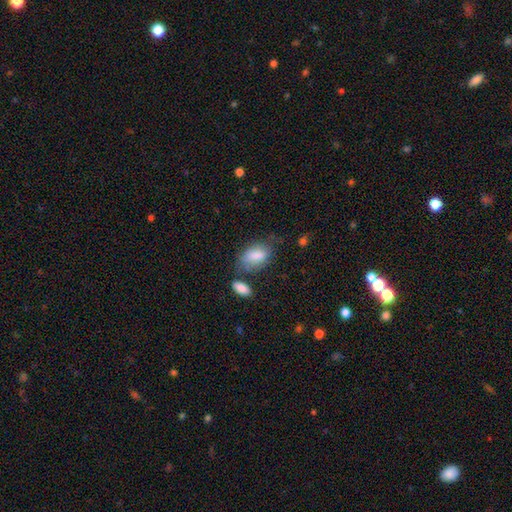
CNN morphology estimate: A smooth galaxy with no disk features (82%) that is in between round and cigar-shaped (91%).

Vote fractions:
- Smooth or featured? smooth: 82% / featured or disk: 11% / star or artifact: 7%
- How rounded? in between: 91% / round: 7% / cigar-shaped: 3%
- Merging? none: 48% / minor disturbance: 27% / major disturbance: 13% / merger: 12%